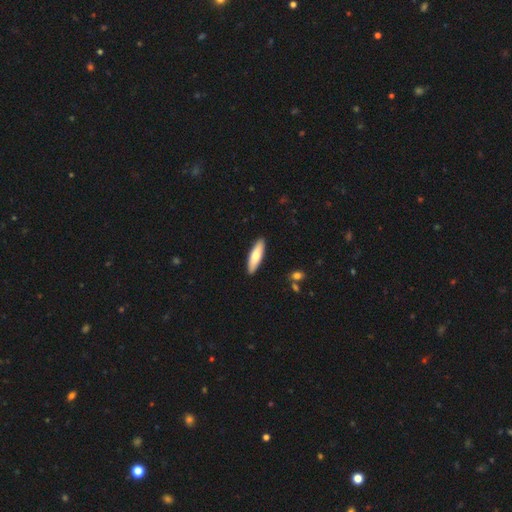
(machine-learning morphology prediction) Smooth or featured?
  - smooth: 70% *
  - featured or disk: 25%
  - star or artifact: 5%
How rounded?
  - cigar-shaped: 64% *
  - in between: 34%
  - round: 2%
Merging?
  - none: 90% *
  - minor disturbance: 7%
  - major disturbance: 1%
  - merger: 1%